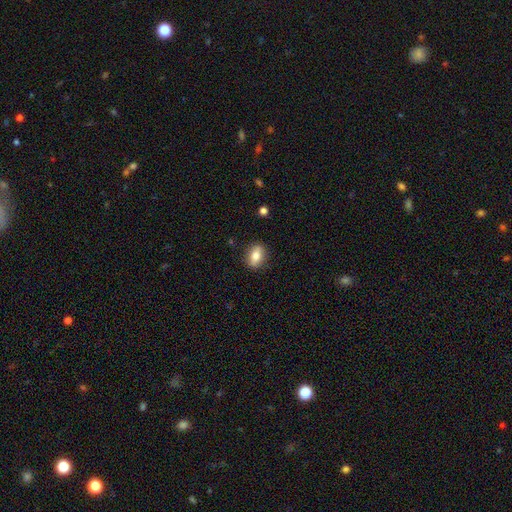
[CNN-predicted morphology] This appears to be a smooth galaxy with no disk features (73%) that is in between round and cigar-shaped (73%). Merging: none (86%).